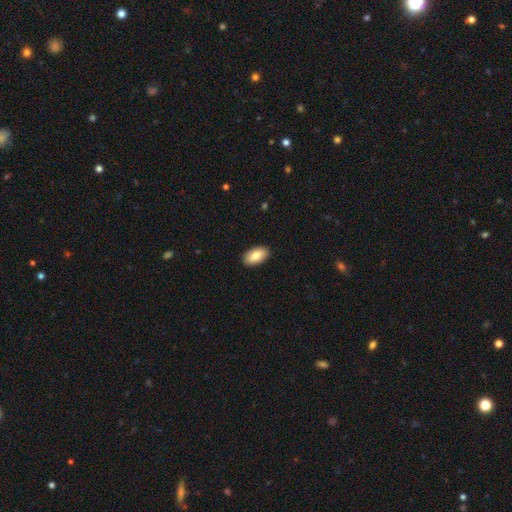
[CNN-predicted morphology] Smooth or featured?
  - smooth: 83% *
  - featured or disk: 11%
  - star or artifact: 6%
How rounded?
  - in between: 95% *
  - round: 3%
  - cigar-shaped: 2%
Merging?
  - none: 90% *
  - minor disturbance: 8%
  - major disturbance: 2%
  - merger: 1%